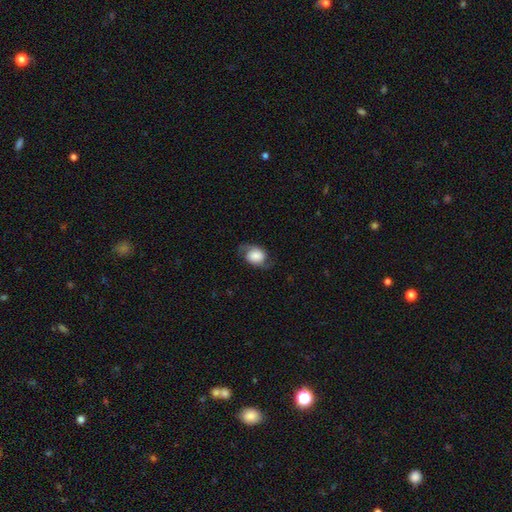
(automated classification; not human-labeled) smooth-or-featured: featured or disk: 56% | smooth: 35% | star or artifact: 9%
  disk-edge-on: no: 95% | yes: 5%
    bar: no: 70% | weak: 23% | strong: 7%
    has-spiral-arms: yes: 90% | no: 10%
    bulge-size: large: 36% | dominant: 31% | moderate: 12% | small: 10% | none: 10%
  merging: none: 72% | minor disturbance: 17% | major disturbance: 9% | merger: 1%